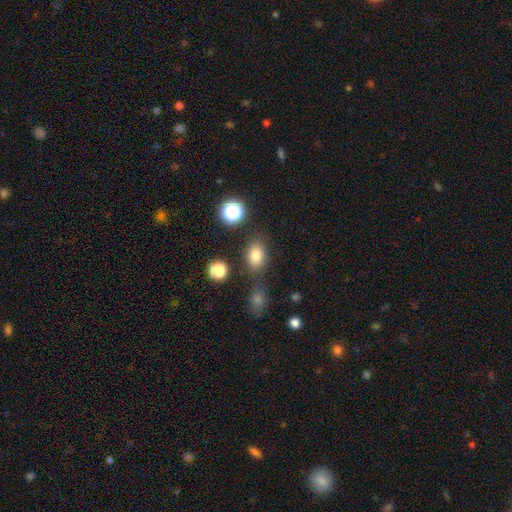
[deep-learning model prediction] smooth-or-featured: smooth: 80% | star or artifact: 13% | featured or disk: 8%
  how-rounded: in between: 76% | round: 22% | cigar-shaped: 2%
  merging: none: 73% | minor disturbance: 13% | merger: 9% | major disturbance: 5%